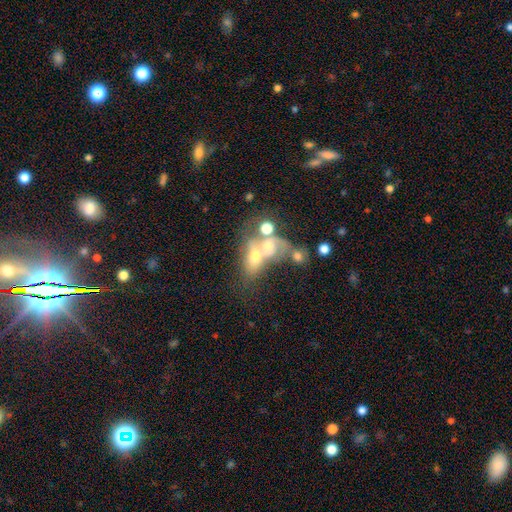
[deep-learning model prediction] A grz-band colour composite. It shows a smooth galaxy with no disk features (49%). Merging: merger (64%).